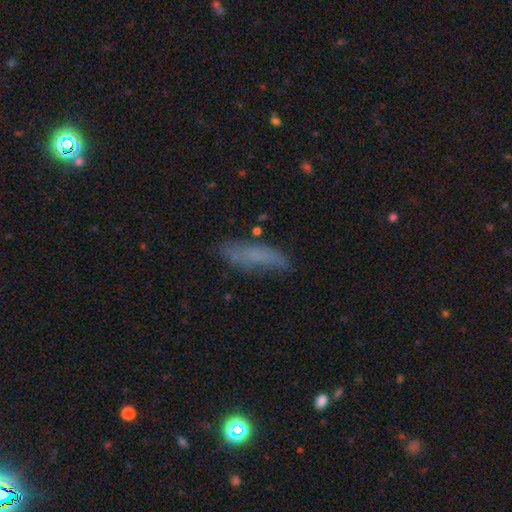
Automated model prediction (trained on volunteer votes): Q: Smooth or featured?
A: smooth (61%); runner-up: featured or disk (26%)
Q: How rounded?
A: cigar-shaped (69%); runner-up: in between (29%)
Q: Merging?
A: none (74%); runner-up: minor disturbance (18%)